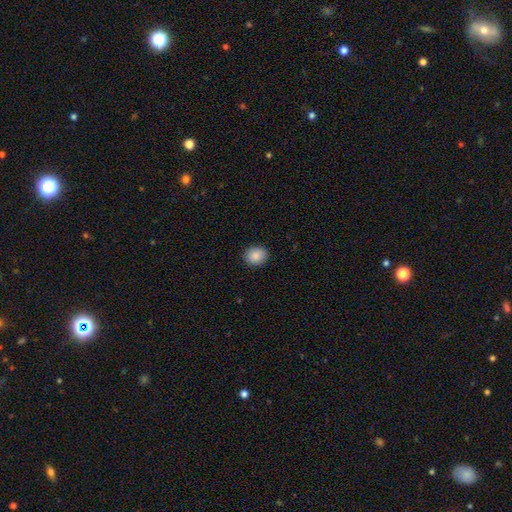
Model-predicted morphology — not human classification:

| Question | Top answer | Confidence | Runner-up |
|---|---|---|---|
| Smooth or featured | smooth | 88% | star or artifact (8%) |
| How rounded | round | 61% | in between (38%) |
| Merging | none | 89% | minor disturbance (8%) |